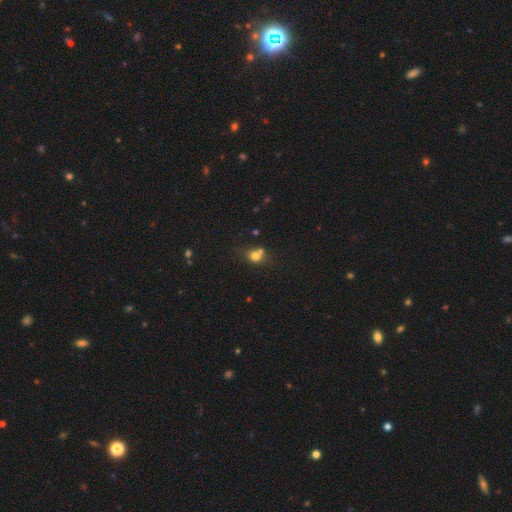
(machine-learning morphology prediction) A smooth galaxy with no disk features (72%) that is round (66%). Merging: none (44%).